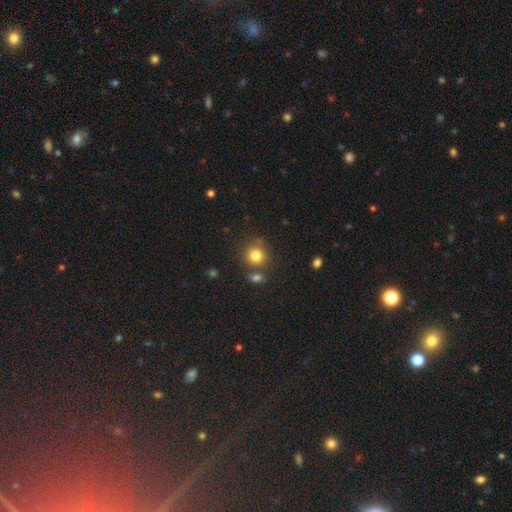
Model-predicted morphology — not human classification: smooth_or_featured: smooth (p=0.79) [alt: star or artifact p=0.13]
how_rounded: round (p=0.88) [alt: in between p=0.11]
merging: none (p=0.71) [alt: merger p=0.15]